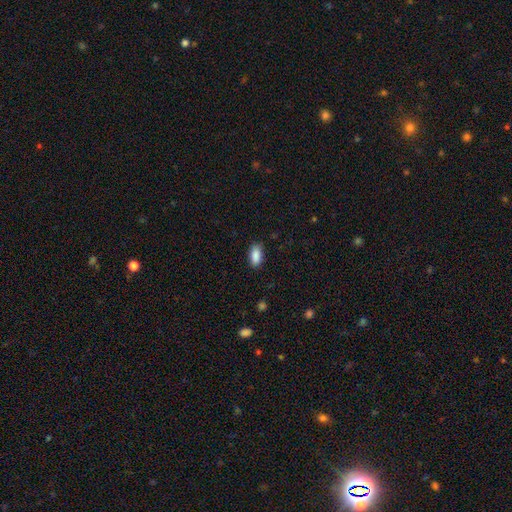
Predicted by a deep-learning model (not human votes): smooth-or-featured: smooth: 89% | star or artifact: 7% | featured or disk: 4%
  how-rounded: in between: 91% | cigar-shaped: 6% | round: 3%
  merging: none: 85% | minor disturbance: 11% | major disturbance: 2% | merger: 1%